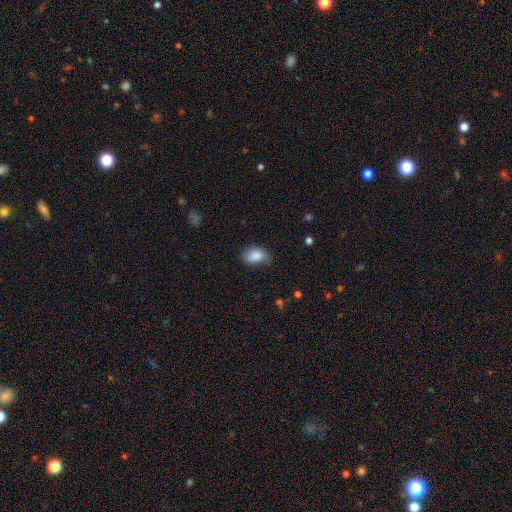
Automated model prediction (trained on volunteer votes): Overall: smooth (87%). How rounded: in between (85%). Merging: none (63%; minor disturbance 29%).